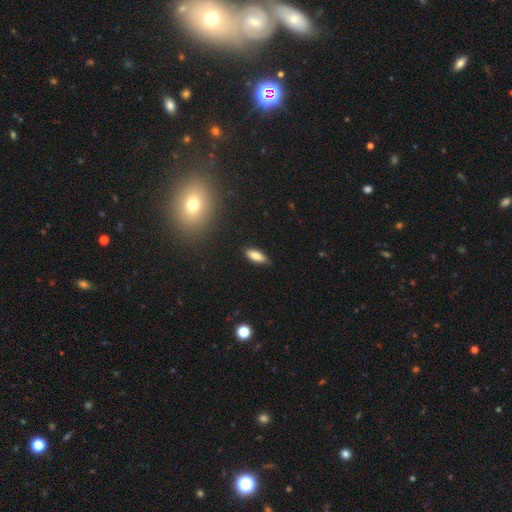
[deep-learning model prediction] Smooth or featured?
  - smooth: 84% *
  - featured or disk: 9%
  - star or artifact: 7%
How rounded?
  - in between: 70% *
  - cigar-shaped: 28%
  - round: 2%
Merging?
  - none: 83% *
  - minor disturbance: 14%
  - major disturbance: 2%
  - merger: 1%